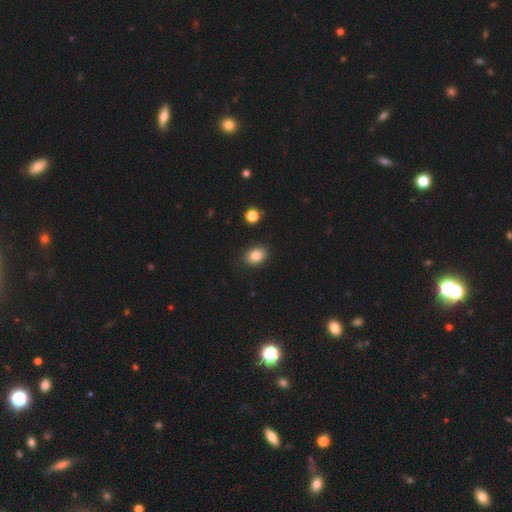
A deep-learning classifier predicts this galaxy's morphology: Q: Smooth or featured?
A: smooth (84%); runner-up: star or artifact (9%)
Q: How rounded?
A: in between (73%); runner-up: round (26%)
Q: Merging?
A: none (87%); runner-up: minor disturbance (9%)